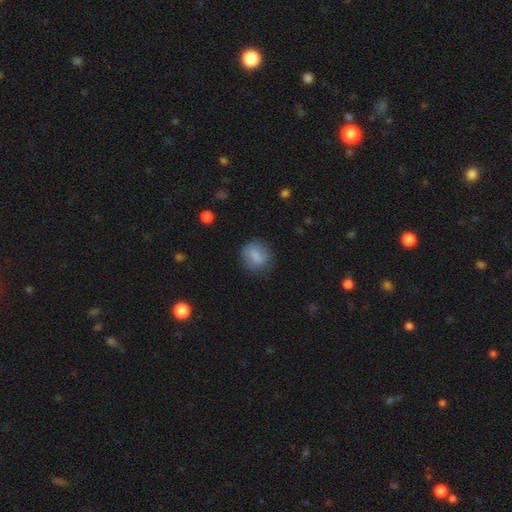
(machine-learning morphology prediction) smooth-or-featured: smooth: 78% | featured or disk: 13% | star or artifact: 8%
  how-rounded: round: 69% | in between: 30% | cigar-shaped: 2%
  merging: none: 76% | minor disturbance: 17% | major disturbance: 6% | merger: 2%